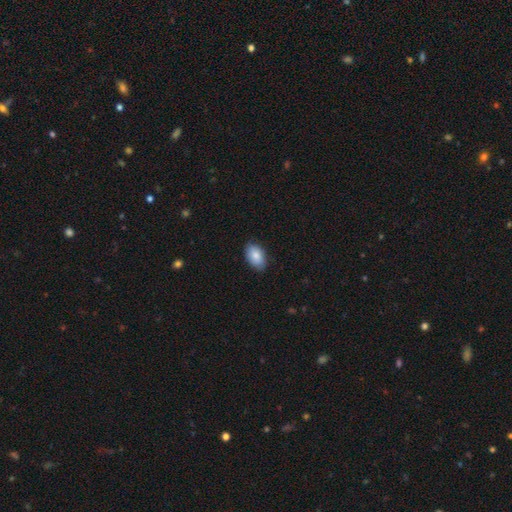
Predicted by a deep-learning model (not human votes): Overall: smooth (85%). How rounded: in between (92%). Merging: none (81%).